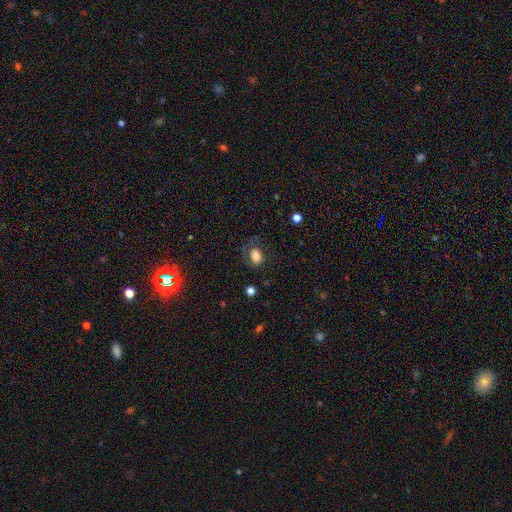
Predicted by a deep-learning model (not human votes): Q: Smooth or featured?
A: smooth (77%); runner-up: featured or disk (13%)
Q: How rounded?
A: in between (77%); runner-up: round (22%)
Q: Merging?
A: none (60%); runner-up: minor disturbance (20%)